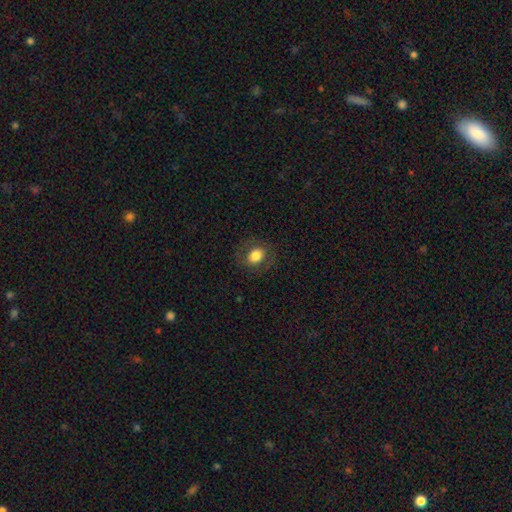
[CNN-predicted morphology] Smooth or featured?
  - smooth: 77% *
  - featured or disk: 14%
  - star or artifact: 9%
How rounded?
  - round: 56% *
  - in between: 43%
  - cigar-shaped: 1%
Merging?
  - none: 82% *
  - minor disturbance: 11%
  - major disturbance: 6%
  - merger: 1%